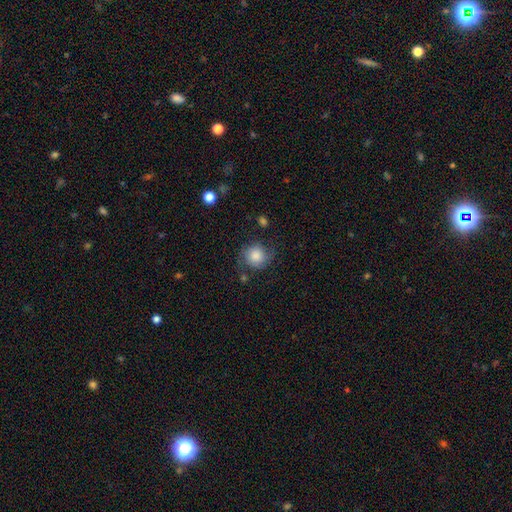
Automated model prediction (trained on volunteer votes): Smooth or featured?
  - smooth: 70% *
  - featured or disk: 22%
  - star or artifact: 8%
How rounded?
  - round: 85% *
  - in between: 14%
  - cigar-shaped: 1%
Merging?
  - none: 64% *
  - minor disturbance: 23%
  - major disturbance: 10%
  - merger: 3%